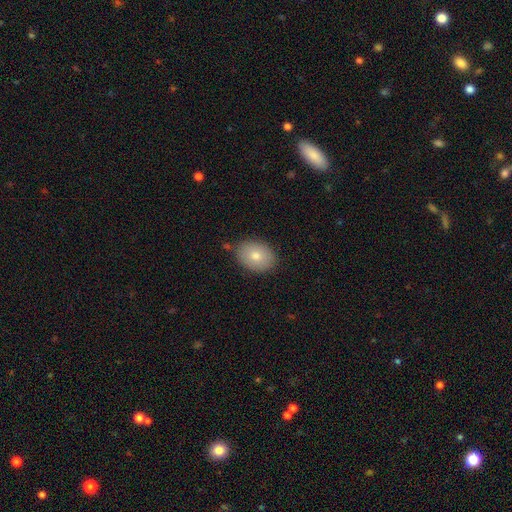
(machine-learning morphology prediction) Q: Smooth or featured?
A: smooth (77%); runner-up: featured or disk (15%)
Q: How rounded?
A: in between (71%); runner-up: round (28%)
Q: Merging?
A: none (84%); runner-up: minor disturbance (11%)